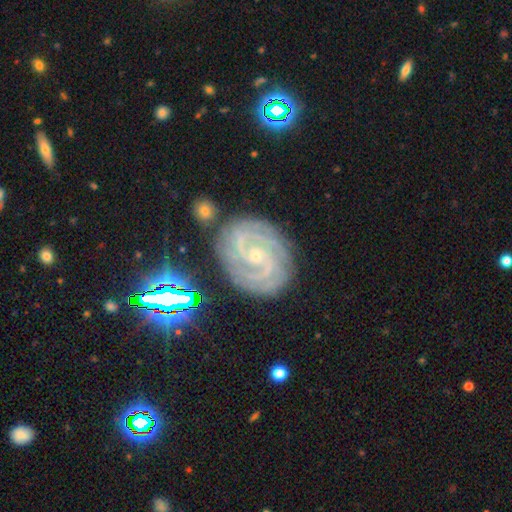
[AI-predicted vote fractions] Smooth or featured? featured or disk (88%)
Edge-on disk? no (98%)
Bar? no (52%)
Spiral arms? yes (98%)
Spiral winding? tight (76%)
Spiral arm count? 2 (47%)
Bulge size? small (79%)
Merging? none (80%)